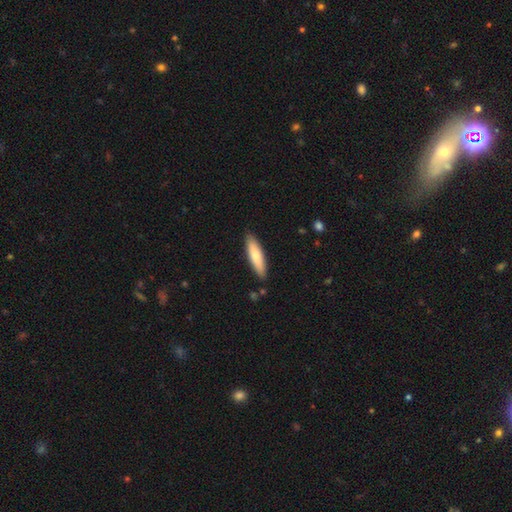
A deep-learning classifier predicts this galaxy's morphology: Smooth or featured?
  - smooth: 73% *
  - featured or disk: 21%
  - star or artifact: 5%
How rounded?
  - cigar-shaped: 70% *
  - in between: 29%
  - round: 1%
Merging?
  - none: 87% *
  - minor disturbance: 10%
  - major disturbance: 2%
  - merger: 2%